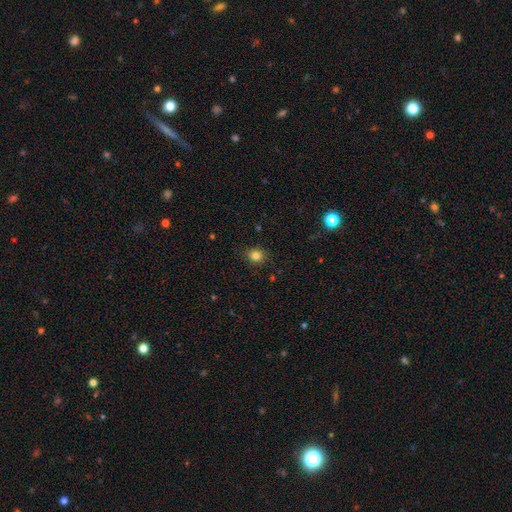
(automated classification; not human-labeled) smooth 82%, star or artifact 12%, featured or disk 5%. Down the decision tree: how rounded — round (71%); merging — none (87%).